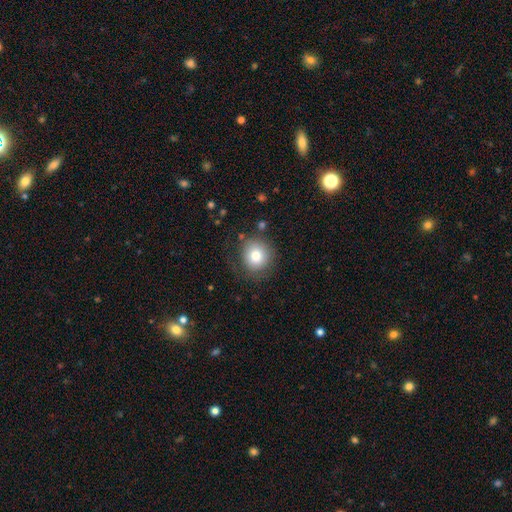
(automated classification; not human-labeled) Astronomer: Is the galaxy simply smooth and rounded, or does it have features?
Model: smooth — 80%.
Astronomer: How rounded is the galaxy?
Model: round — 87%.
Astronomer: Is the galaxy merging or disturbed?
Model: none — 76%.